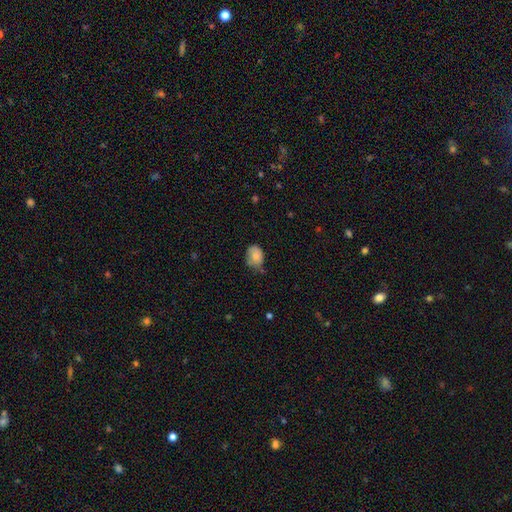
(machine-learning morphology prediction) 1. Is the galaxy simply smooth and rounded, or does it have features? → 77% smooth, 15% featured or disk, 8% star or artifact.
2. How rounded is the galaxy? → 65% in between, 34% round, 1% cigar-shaped.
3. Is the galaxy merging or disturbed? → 52% none, 37% minor disturbance, 8% major disturbance, 3% merger.